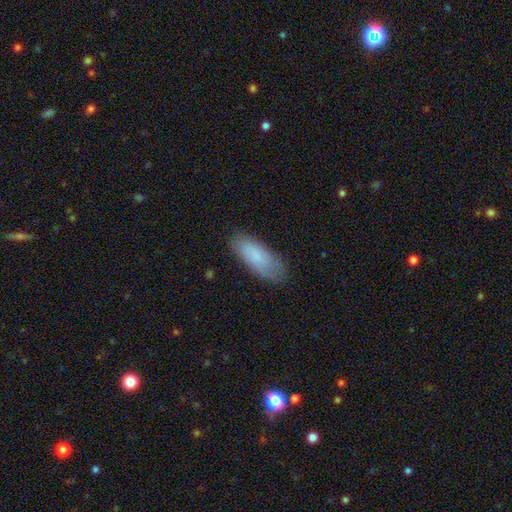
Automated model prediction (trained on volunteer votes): A smooth galaxy with no disk features (82%) that is in between round and cigar-shaped (75%).

Vote fractions:
- Smooth or featured? smooth: 82% / featured or disk: 12% / star or artifact: 6%
- How rounded? in between: 75% / cigar-shaped: 23% / round: 2%
- Merging? none: 80% / minor disturbance: 15% / major disturbance: 3% / merger: 1%